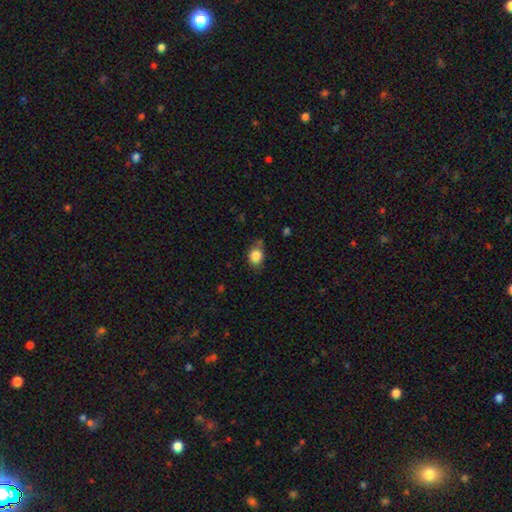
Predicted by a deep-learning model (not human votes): Smooth or featured?
  - smooth: 85% *
  - star or artifact: 9%
  - featured or disk: 6%
How rounded?
  - in between: 50% *
  - round: 49%
  - cigar-shaped: 1%
Merging?
  - none: 63% *
  - minor disturbance: 28%
  - major disturbance: 6%
  - merger: 3%